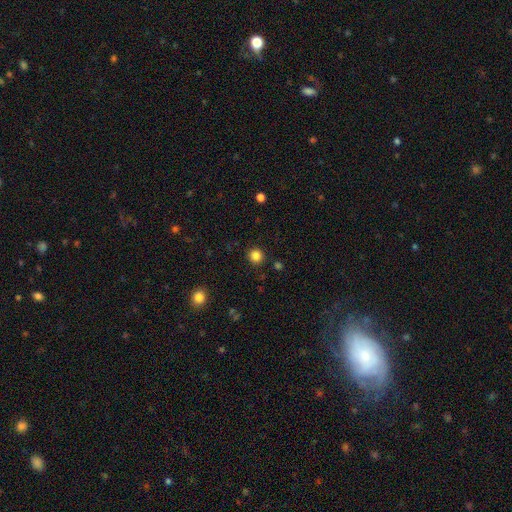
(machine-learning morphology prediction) Smooth or featured: smooth — 84% (star or artifact — 12%)
How rounded: round — 92% (in between — 7%)
Merging: none — 91% (minor disturbance — 6%)